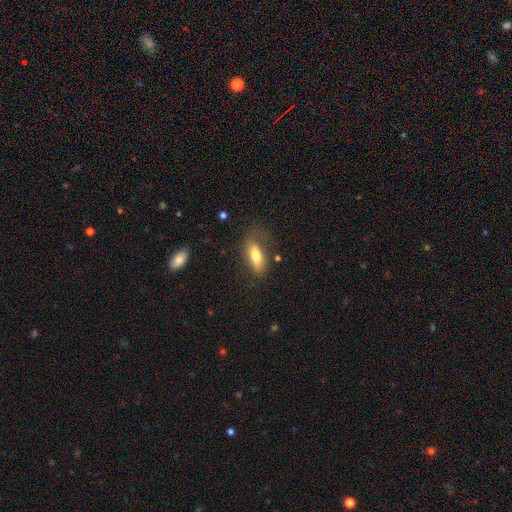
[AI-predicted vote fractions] Smooth or featured? smooth (72%)
How rounded? in between (77%)
Merging? none (62%)